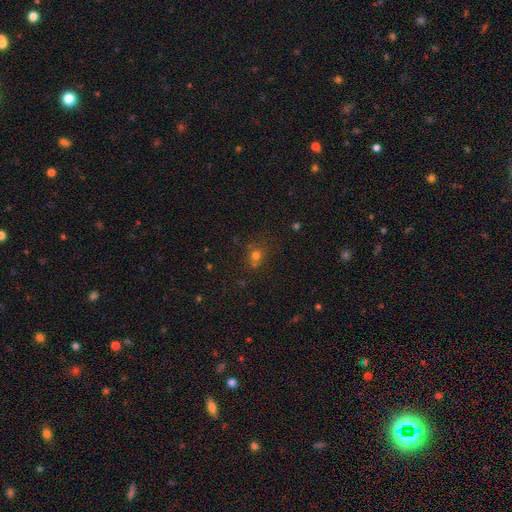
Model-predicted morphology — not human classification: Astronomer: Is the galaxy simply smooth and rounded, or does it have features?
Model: smooth — 68%.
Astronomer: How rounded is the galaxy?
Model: round — 77%.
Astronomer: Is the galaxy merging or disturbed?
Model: none — 64%.